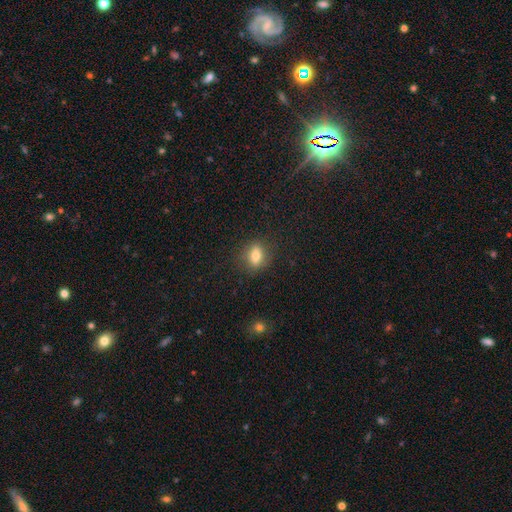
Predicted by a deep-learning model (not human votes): Morphology: type=smooth (73%); roundness=in between (66%); merging=none (84%).